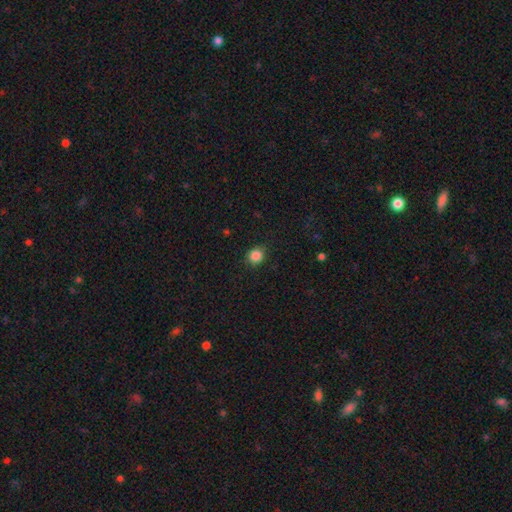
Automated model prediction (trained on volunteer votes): This appears to be a smooth galaxy with no disk features (86%) that is round (82%). Merging: none (86%).